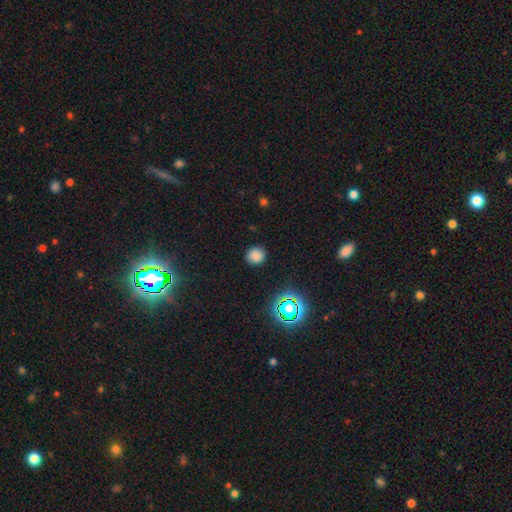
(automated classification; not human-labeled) smooth_or_featured: smooth (p=0.78) [alt: star or artifact p=0.17]
how_rounded: round (p=0.89) [alt: in between p=0.10]
merging: none (p=0.89) [alt: minor disturbance p=0.08]